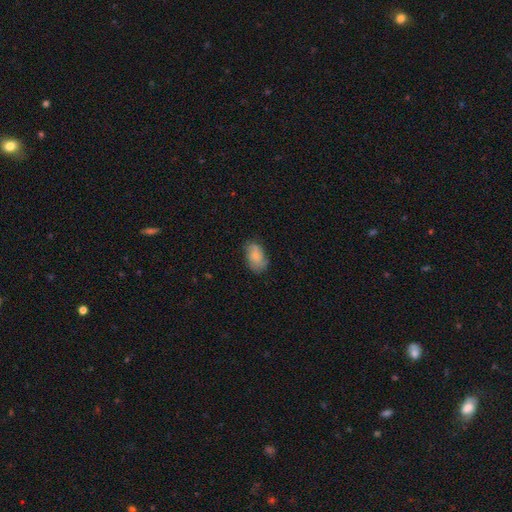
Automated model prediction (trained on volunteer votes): A smooth galaxy with no disk features (57%) that is in between round and cigar-shaped (88%). Merging: none (66%).